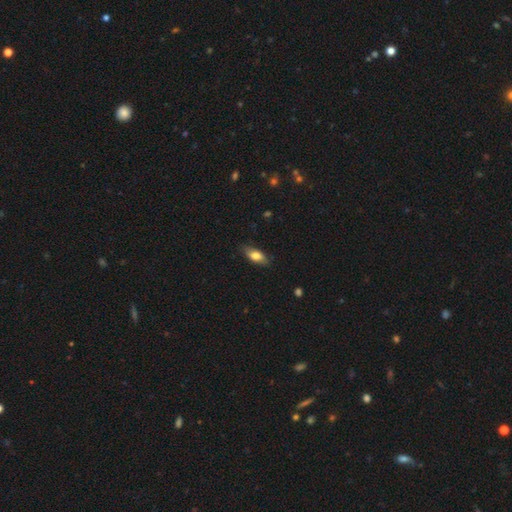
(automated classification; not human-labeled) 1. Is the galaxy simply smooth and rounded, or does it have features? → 78% smooth, 16% featured or disk, 7% star or artifact.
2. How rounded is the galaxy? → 81% in between, 15% cigar-shaped, 3% round.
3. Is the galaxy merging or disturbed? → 81% none, 15% minor disturbance, 3% major disturbance, 1% merger.